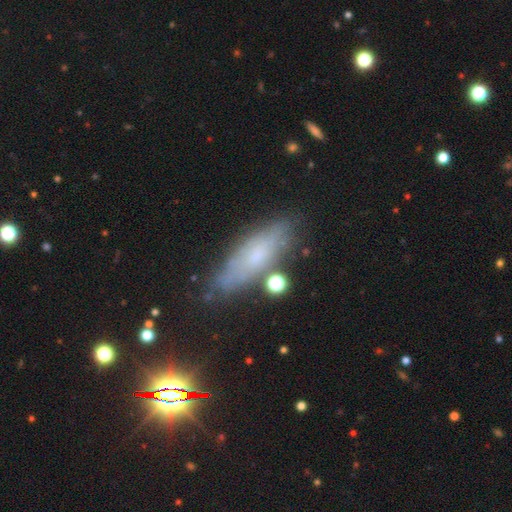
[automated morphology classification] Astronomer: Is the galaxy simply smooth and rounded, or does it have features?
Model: smooth — 56% (runner-up: featured or disk, 32%).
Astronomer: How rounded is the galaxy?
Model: in between — 51% (runner-up: cigar-shaped, 46%).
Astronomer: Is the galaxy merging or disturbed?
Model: none — 75%.